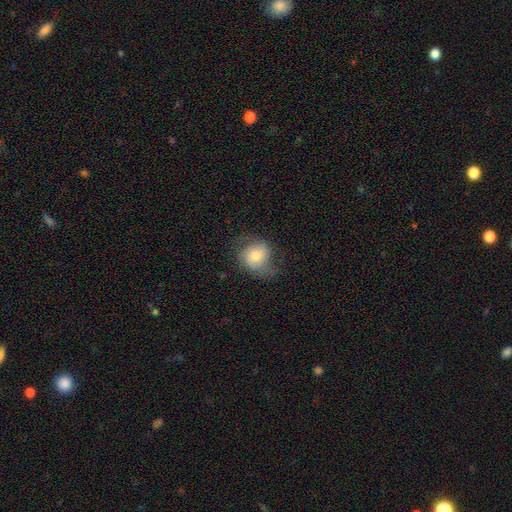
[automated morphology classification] A smooth galaxy with no disk features (58%) that is round (67%). Merging: none (55%).